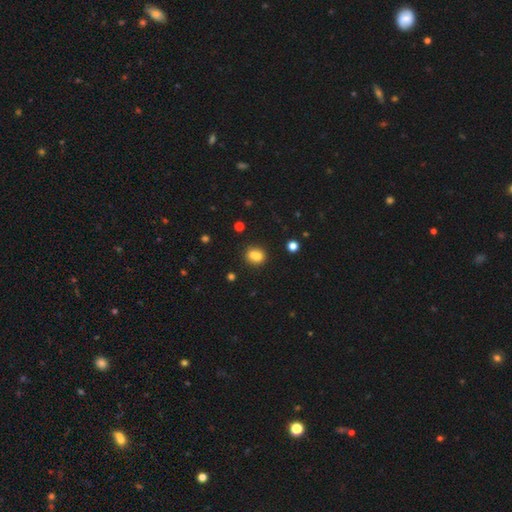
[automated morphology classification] Overall: smooth (74%). How rounded: round (66%; in between 33%). Merging: merger (45%; none 41%).